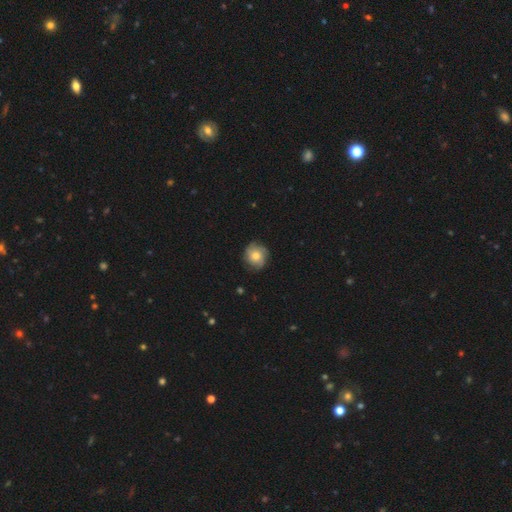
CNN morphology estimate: This is possibly a featured or disk galaxy (47%). Merging: likely none (79%).